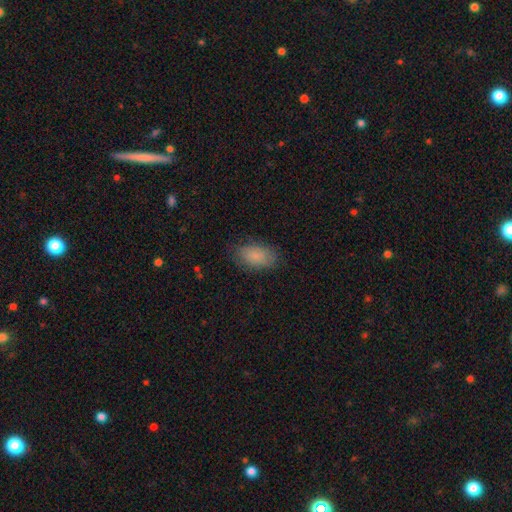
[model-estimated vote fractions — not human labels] smooth 86%, featured or disk 7%, star or artifact 7%. Down the decision tree: how rounded — in between (92%); merging — none (79%).